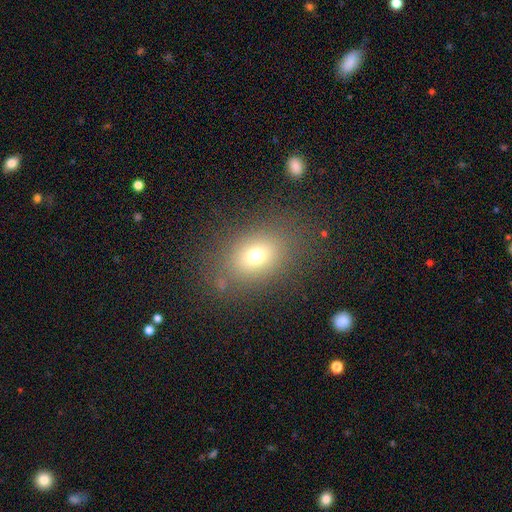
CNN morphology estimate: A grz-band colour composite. It shows a smooth galaxy with no disk features (71%) that is in between round and cigar-shaped (67%). Merging: none (79%).